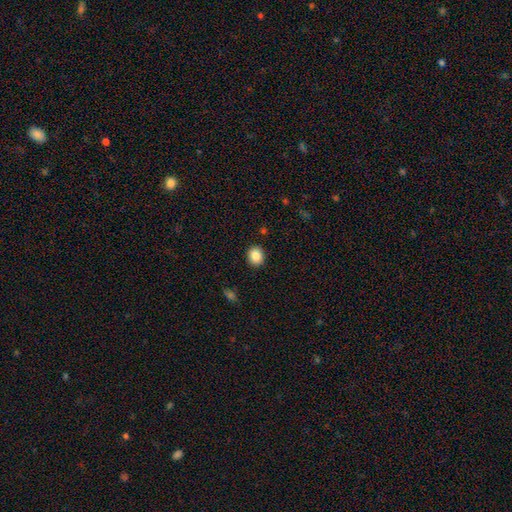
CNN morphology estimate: type=smooth (86%); roundness=round (71%); merging=none (91%).